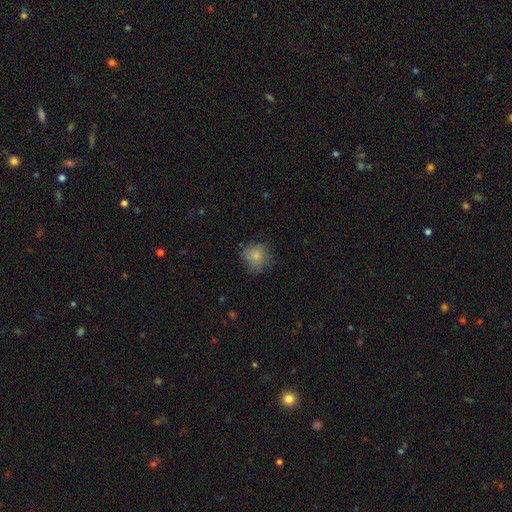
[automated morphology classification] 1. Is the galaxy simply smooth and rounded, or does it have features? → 81% smooth, 10% star or artifact, 9% featured or disk.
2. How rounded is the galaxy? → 86% round, 13% in between, 1% cigar-shaped.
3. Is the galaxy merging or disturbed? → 71% none, 21% minor disturbance, 6% major disturbance, 1% merger.